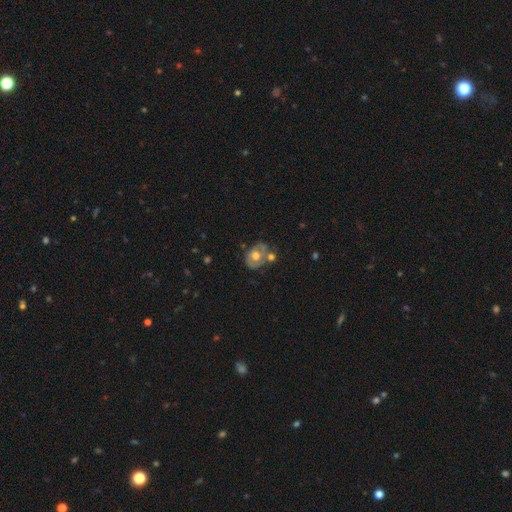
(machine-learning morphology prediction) A featured or disk galaxy (58%) with no bar (83%), no spiral arms (62%) and a moderate central bulge (64%).

Vote fractions:
- Smooth or featured? featured or disk: 58% / smooth: 36% / star or artifact: 7%
- Edge-on disk? no: 95% / yes: 5%
- Bar? no: 83% / weak: 14% / strong: 3%
- Spiral arms? no: 62% / yes: 38%
- Bulge size? moderate: 64% / large: 27% / small: 6% / none: 2% / dominant: 1%
- Merging? none: 49% / minor disturbance: 22% / merger: 20% / major disturbance: 9%